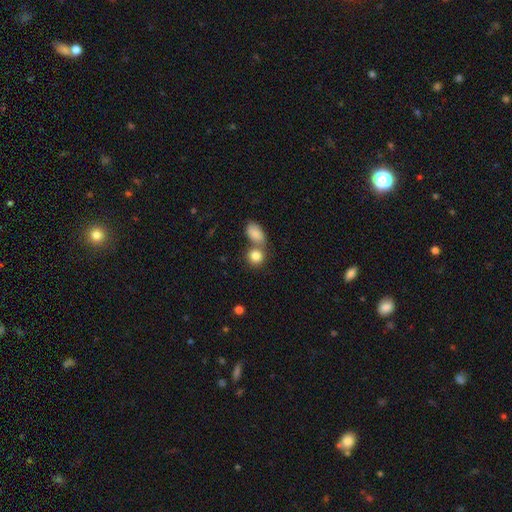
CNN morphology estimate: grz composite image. It shows a smooth galaxy with no disk features (84%) that is round (69%). Merging: none (44%, tied with merger).